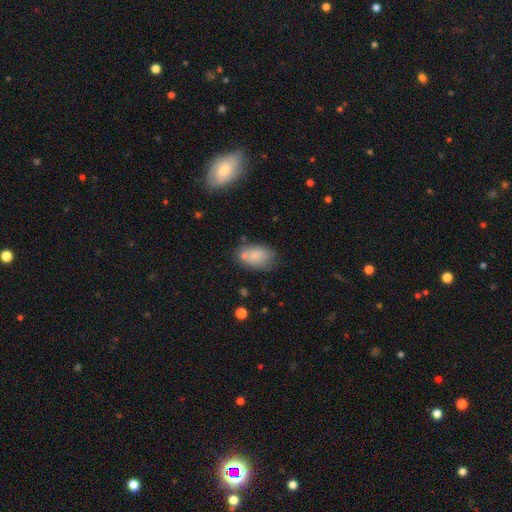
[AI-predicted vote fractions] Smooth or featured?
  - smooth: 78% *
  - featured or disk: 14%
  - star or artifact: 9%
How rounded?
  - in between: 88% *
  - round: 10%
  - cigar-shaped: 2%
Merging?
  - none: 53% *
  - minor disturbance: 22%
  - merger: 17%
  - major disturbance: 8%